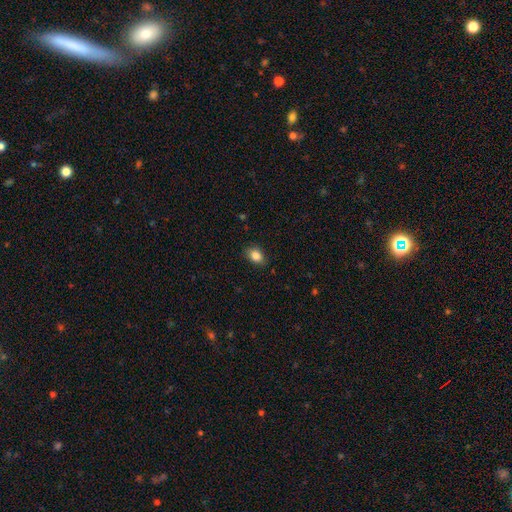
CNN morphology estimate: The model was most divided on "how rounded": in between: 76%, round: 23%, cigar-shaped: 1%. More confident: smooth or featured — smooth (85%); merging — none (84%).